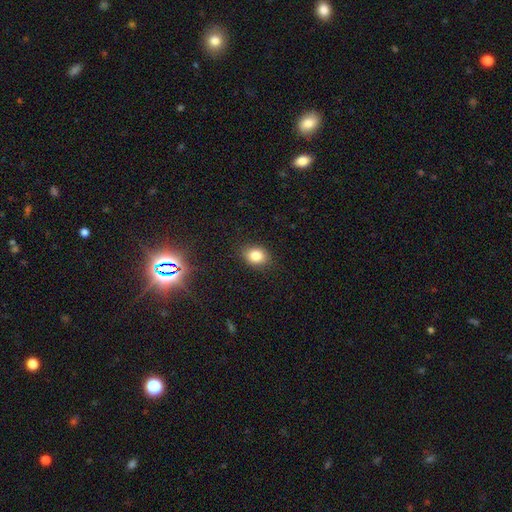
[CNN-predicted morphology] type=smooth (82%); roundness=in between (59%); merging=none (86%).